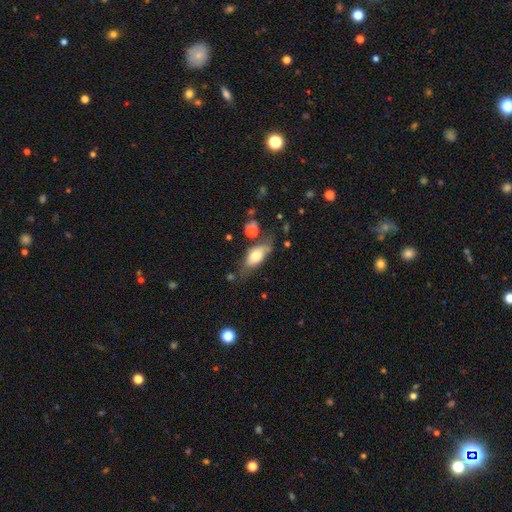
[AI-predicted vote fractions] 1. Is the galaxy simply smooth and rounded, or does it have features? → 66% smooth, 26% featured or disk, 7% star or artifact.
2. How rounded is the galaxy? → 82% in between, 13% cigar-shaped, 5% round.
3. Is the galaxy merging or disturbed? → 53% none, 26% minor disturbance, 12% major disturbance, 9% merger.